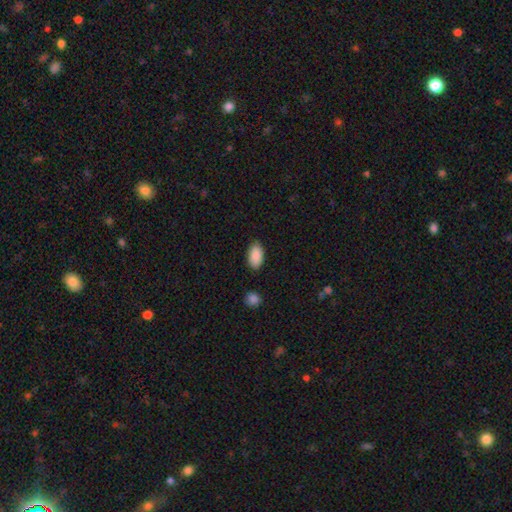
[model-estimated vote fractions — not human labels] This is clearly a smooth galaxy (90%). How rounded: clearly in between (94%). Merging: clearly none (86%).